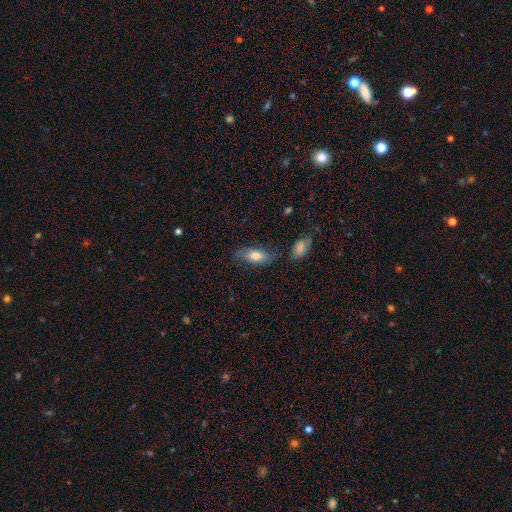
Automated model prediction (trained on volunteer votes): A smooth galaxy with no disk features (74%) that is in between round and cigar-shaped (87%).

Vote fractions:
- Smooth or featured? smooth: 74% / featured or disk: 19% / star or artifact: 7%
- How rounded? in between: 87% / cigar-shaped: 10% / round: 3%
- Merging? none: 71% / minor disturbance: 18% / merger: 6% / major disturbance: 5%